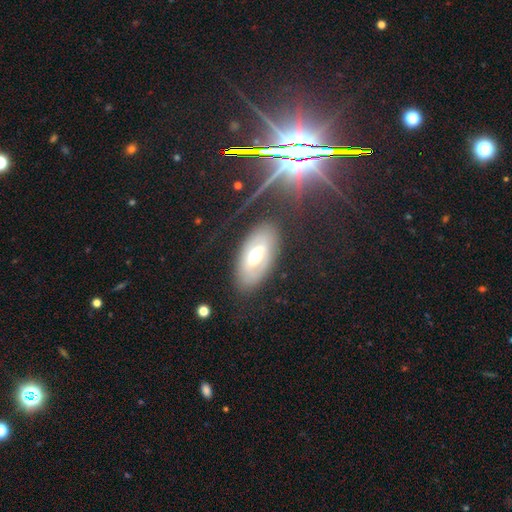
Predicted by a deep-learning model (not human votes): featured or disk 54%, smooth 38%, star or artifact 8%. Down the decision tree: edge-on disk — no (85%); merging — none (74%).